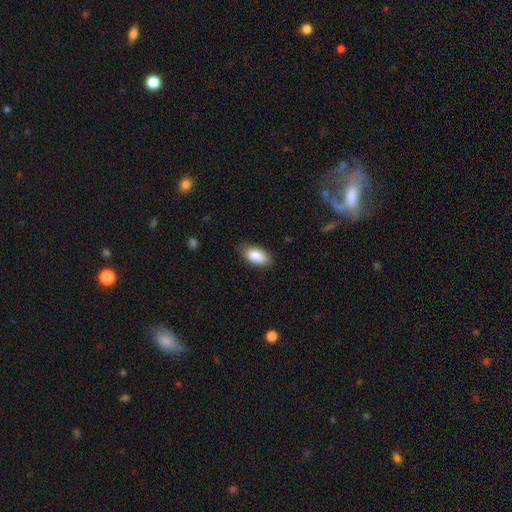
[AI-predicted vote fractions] Q: Smooth or featured?
A: smooth (87%); runner-up: star or artifact (7%)
Q: How rounded?
A: in between (93%); runner-up: cigar-shaped (4%)
Q: Merging?
A: none (79%); runner-up: minor disturbance (17%)